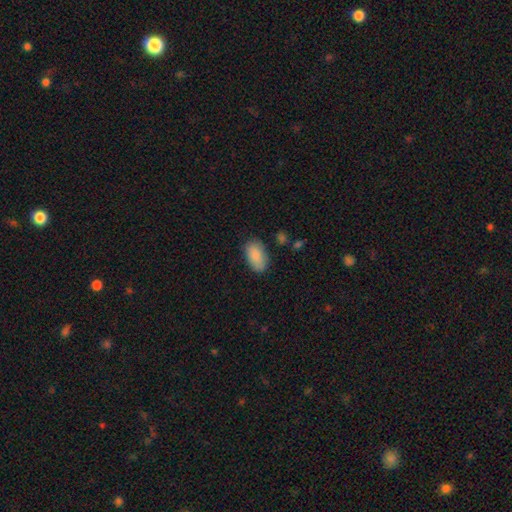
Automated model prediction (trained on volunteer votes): This appears to be a smooth galaxy with no disk features (88%) that is in between round and cigar-shaped (94%). Merging: none (79%).